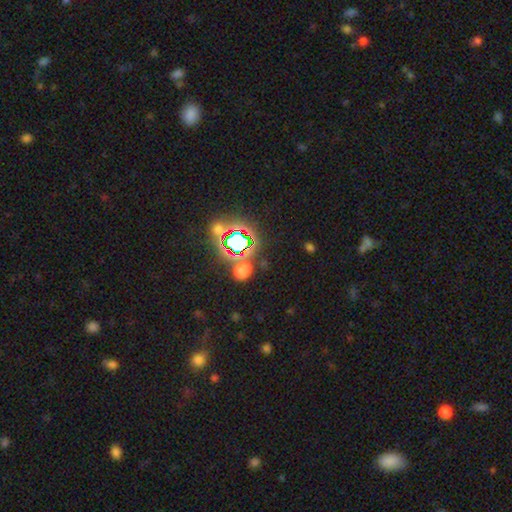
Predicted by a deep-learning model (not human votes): Smooth or featured? Predicted: star or artifact (p=0.77).